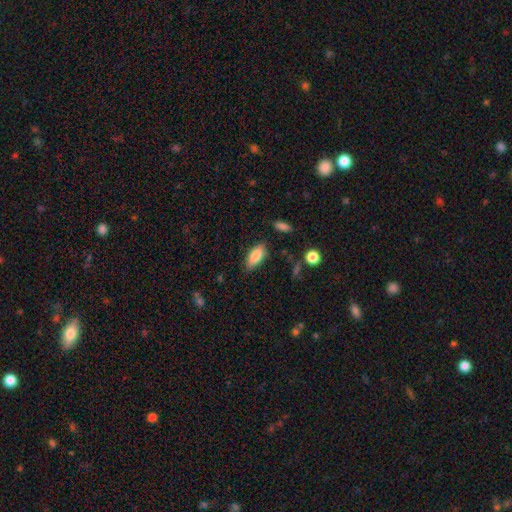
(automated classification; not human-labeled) A smooth galaxy with no disk features (80%) that is in between round and cigar-shaped (79%).

Vote fractions:
- Smooth or featured? smooth: 80% / featured or disk: 12% / star or artifact: 7%
- How rounded? in between: 79% / cigar-shaped: 19% / round: 2%
- Merging? none: 78% / minor disturbance: 16% / major disturbance: 4% / merger: 2%